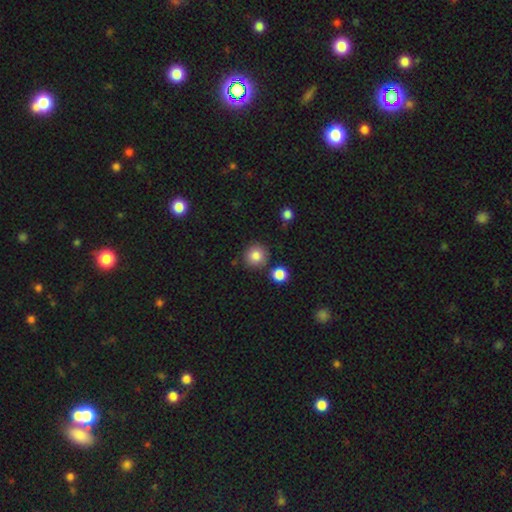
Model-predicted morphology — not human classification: Smooth or featured? smooth (84%)
How rounded? round (93%)
Merging? none (84%)